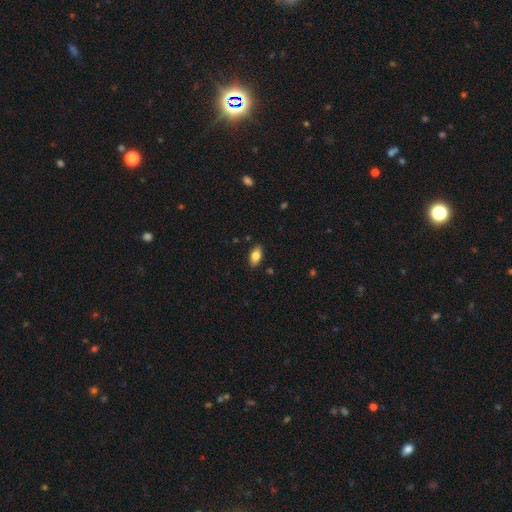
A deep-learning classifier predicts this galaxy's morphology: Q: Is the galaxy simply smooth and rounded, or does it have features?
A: smooth — 80%.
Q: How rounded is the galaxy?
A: in between — 91%.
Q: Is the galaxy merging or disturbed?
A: none — 87%.